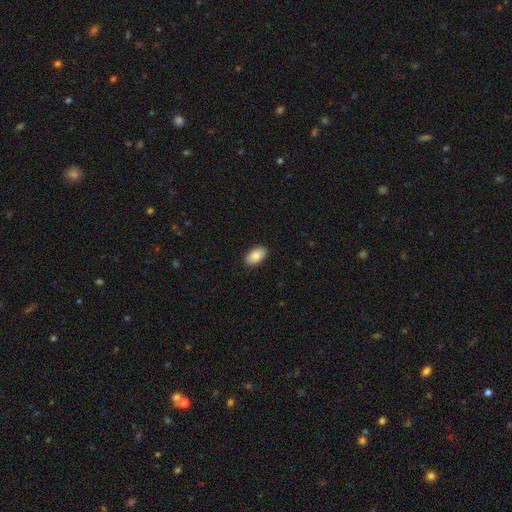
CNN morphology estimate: smooth-or-featured: smooth: 88% | star or artifact: 7% | featured or disk: 6%
  how-rounded: in between: 94% | round: 4% | cigar-shaped: 2%
  merging: none: 89% | minor disturbance: 8% | major disturbance: 2% | merger: 1%